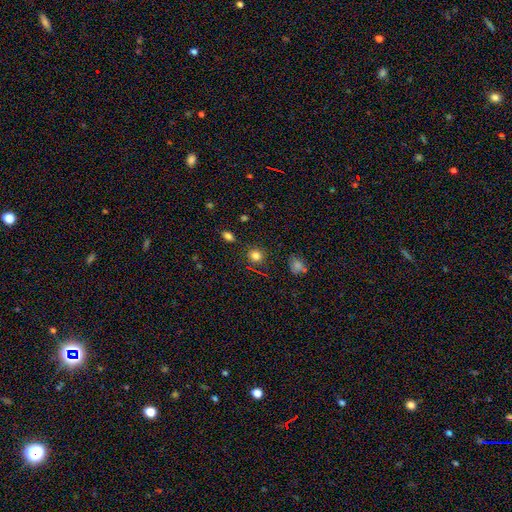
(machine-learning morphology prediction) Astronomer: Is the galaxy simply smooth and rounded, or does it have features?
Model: smooth — 81%.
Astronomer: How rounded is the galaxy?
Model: round — 85%.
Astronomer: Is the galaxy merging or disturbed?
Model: none — 85%.